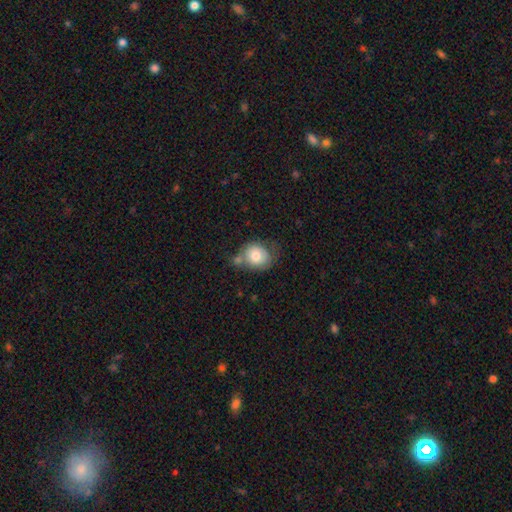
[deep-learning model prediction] smooth 71%, featured or disk 21%, star or artifact 8%. Down the decision tree: how rounded — round (70%); merging — none (44%).